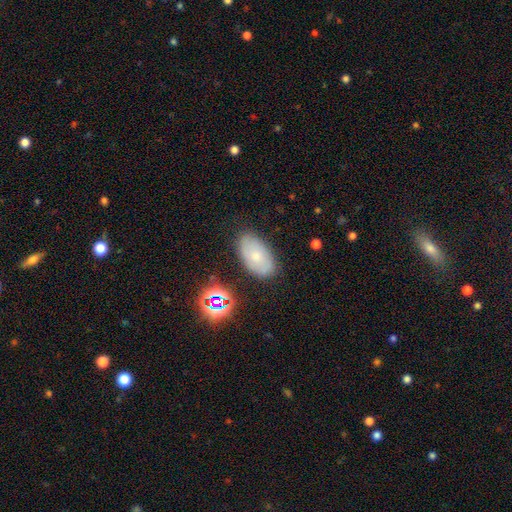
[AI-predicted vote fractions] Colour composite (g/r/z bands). It shows a smooth galaxy with no disk features (60%) that is in between round and cigar-shaped (92%). Merging: none (79%).